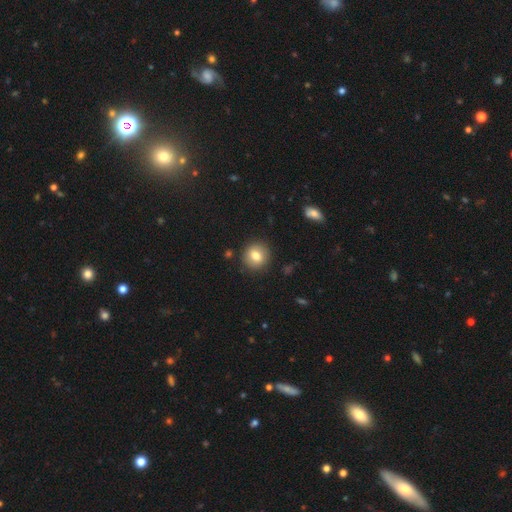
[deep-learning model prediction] This appears to be a smooth galaxy with no disk features (78%) that is round (86%). Merging: none (89%).